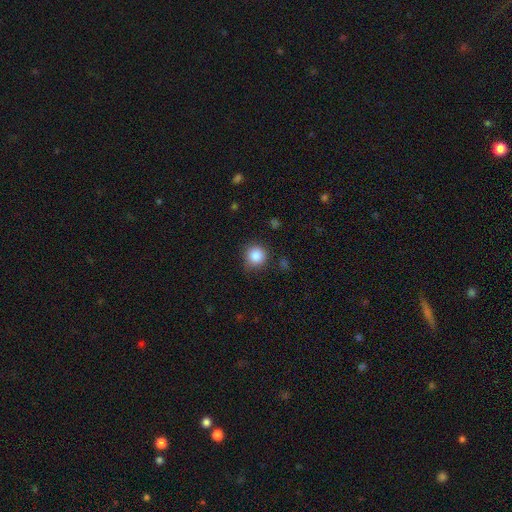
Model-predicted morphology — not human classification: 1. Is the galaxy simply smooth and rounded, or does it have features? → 86% smooth, 10% star or artifact, 4% featured or disk.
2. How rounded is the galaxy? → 92% round, 7% in between, 1% cigar-shaped.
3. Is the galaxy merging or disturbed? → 81% none, 14% minor disturbance, 4% major disturbance, 2% merger.